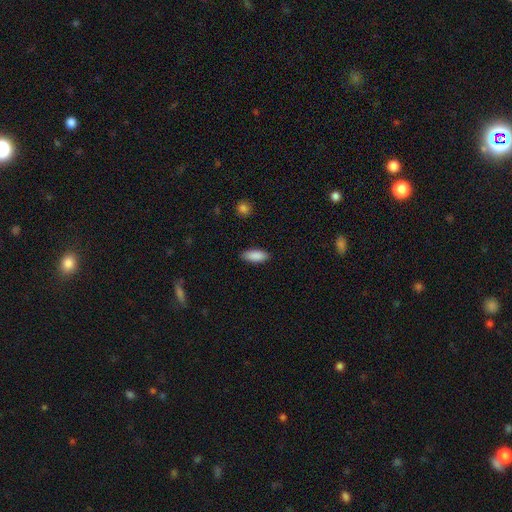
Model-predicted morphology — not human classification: Q: Smooth or featured?
A: smooth (89%); runner-up: star or artifact (6%)
Q: How rounded?
A: in between (83%); runner-up: cigar-shaped (16%)
Q: Merging?
A: none (86%); runner-up: minor disturbance (10%)